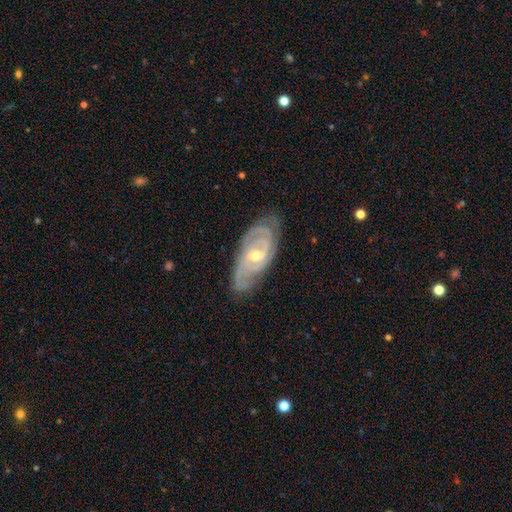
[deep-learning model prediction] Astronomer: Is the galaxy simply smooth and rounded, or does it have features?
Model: featured or disk — 89%.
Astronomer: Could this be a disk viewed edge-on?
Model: no — 94%.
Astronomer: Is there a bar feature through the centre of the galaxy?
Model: weak — 45% (runner-up: no, 40%).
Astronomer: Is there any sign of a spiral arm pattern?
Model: yes — 97%.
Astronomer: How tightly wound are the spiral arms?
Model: tight — 66%.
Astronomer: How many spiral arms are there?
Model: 2 — 36% (runner-up: 3, 28%).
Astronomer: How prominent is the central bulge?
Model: moderate — 50% (runner-up: small, 48%).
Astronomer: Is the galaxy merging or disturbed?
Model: none — 75%.